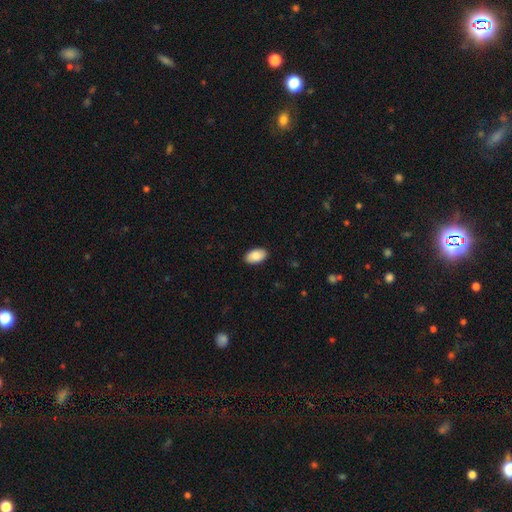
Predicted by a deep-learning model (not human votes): smooth-or-featured: smooth: 86% | featured or disk: 8% | star or artifact: 6%
  how-rounded: in between: 95% | round: 4% | cigar-shaped: 1%
  merging: none: 90% | minor disturbance: 8% | major disturbance: 2% | merger: 1%